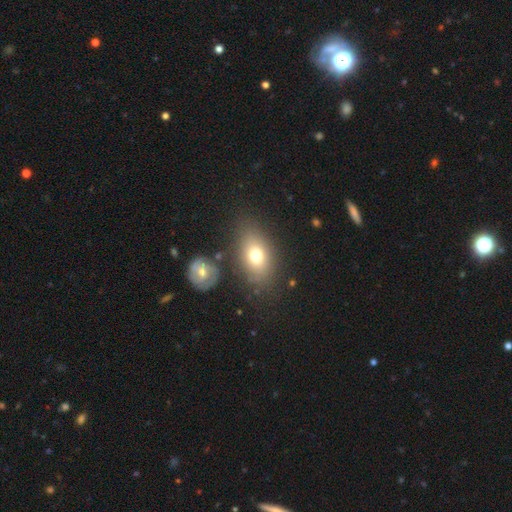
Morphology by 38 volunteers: smooth_or_featured: smooth (p=0.74) [alt: featured or disk p=0.16]
how_rounded: in between (p=0.71) [alt: round p=0.29]
merging: none (p=0.82) [alt: minor disturbance p=0.12]